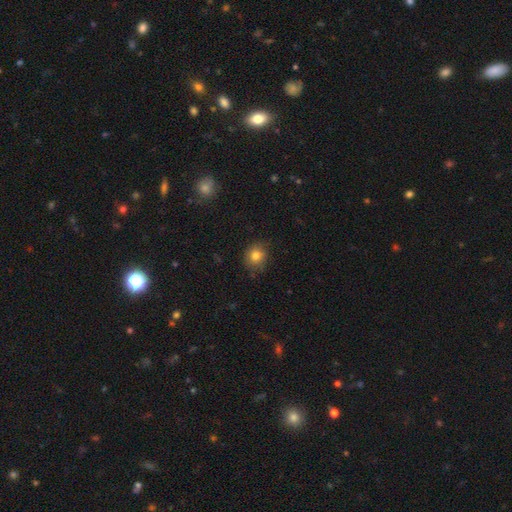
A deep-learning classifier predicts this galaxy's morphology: A smooth galaxy with no disk features (80%) that is round (73%).

Vote fractions:
- Smooth or featured? smooth: 80% / star or artifact: 11% / featured or disk: 10%
- How rounded? round: 73% / in between: 26% / cigar-shaped: 1%
- Merging? none: 76% / minor disturbance: 19% / major disturbance: 4% / merger: 1%